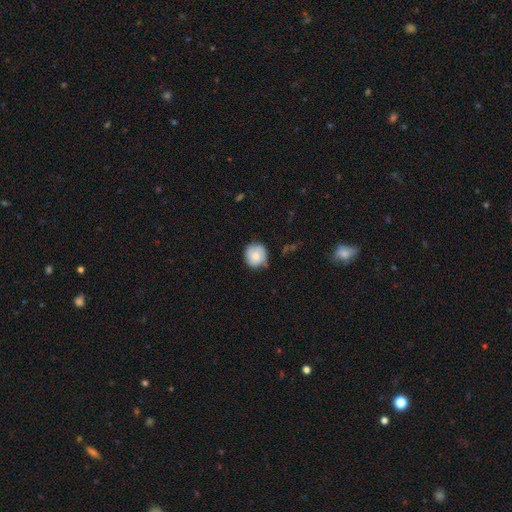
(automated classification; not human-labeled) smooth_or_featured: smooth (p=0.69) [alt: featured or disk p=0.23]
how_rounded: round (p=0.87) [alt: in between p=0.12]
merging: none (p=0.70) [alt: minor disturbance p=0.23]